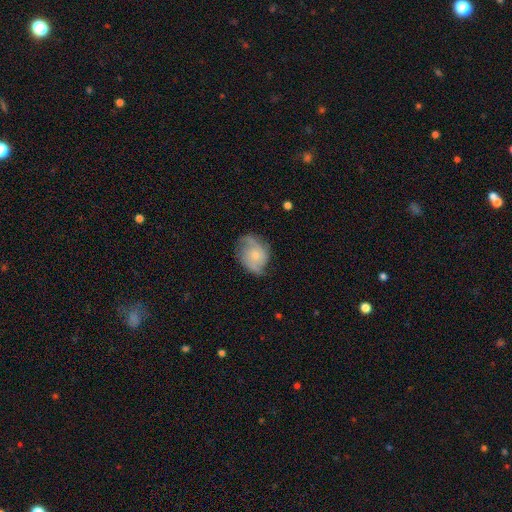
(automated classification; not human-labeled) A featured or disk galaxy (65%) with no bar (76%), 2 (63%) medium (45%) spiral arms (90%) and a small central bulge (62%).

Vote fractions:
- Smooth or featured? featured or disk: 65% / smooth: 28% / star or artifact: 7%
- Edge-on disk? no: 97% / yes: 3%
- Bar? no: 76% / weak: 21% / strong: 3%
- Spiral arms? yes: 90% / no: 10%
- Spiral winding? medium: 45% / loose: 29% / tight: 26%
- Spiral arm count? 2: 63% / can't tell: 14% / 3: 12% / 1: 5% / 4: 3% / more than 4: 2%
- Bulge size? small: 62% / moderate: 31% / none: 3% / large: 2% / dominant: 1%
- Merging? none: 61% / minor disturbance: 26% / major disturbance: 11% / merger: 1%